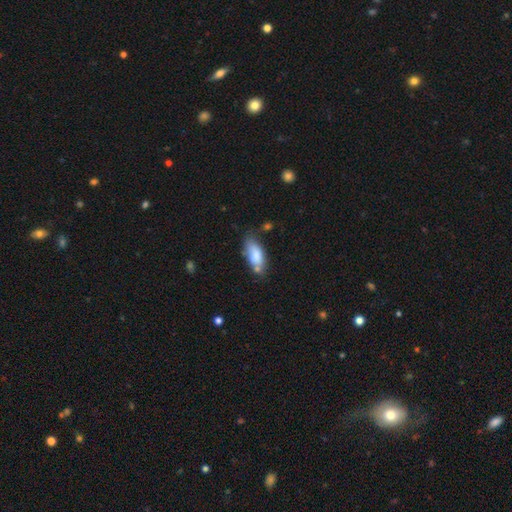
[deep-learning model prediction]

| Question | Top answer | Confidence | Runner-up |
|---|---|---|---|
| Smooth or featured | smooth | 78% | featured or disk (15%) |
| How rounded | in between | 83% | cigar-shaped (14%) |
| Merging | none | 53% | minor disturbance (27%) |